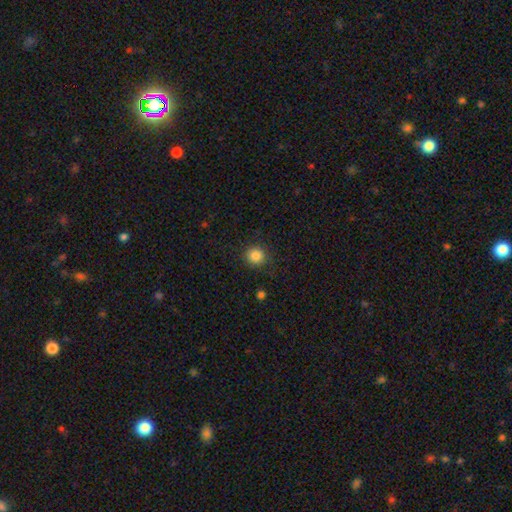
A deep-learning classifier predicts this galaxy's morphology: Smooth or featured? smooth (85%)
How rounded? round (92%)
Merging? none (89%)